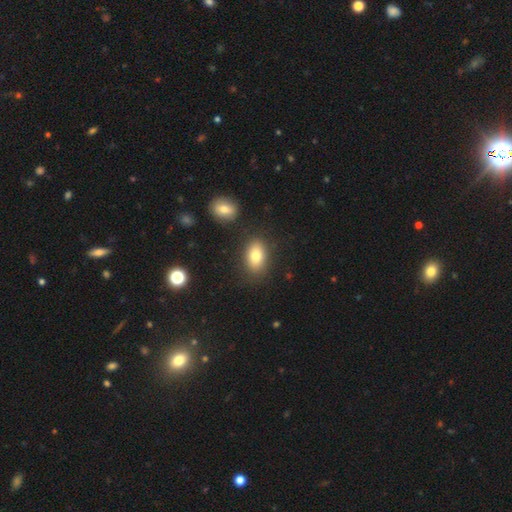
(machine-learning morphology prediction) Overall: smooth (80%). How rounded: in between (85%). Merging: none (81%).